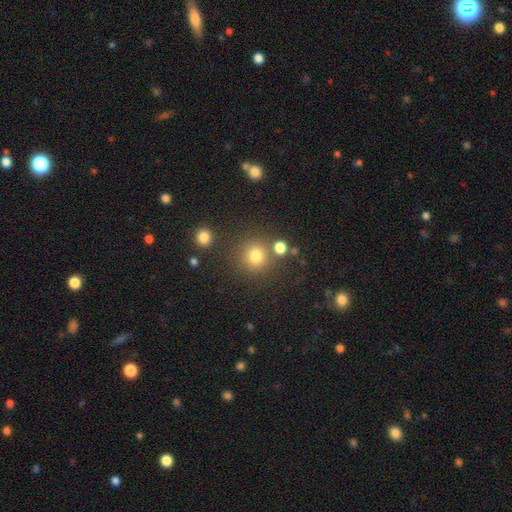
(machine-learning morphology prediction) Smooth or featured? smooth (78%)
How rounded? round (90%)
Merging? none (77%)